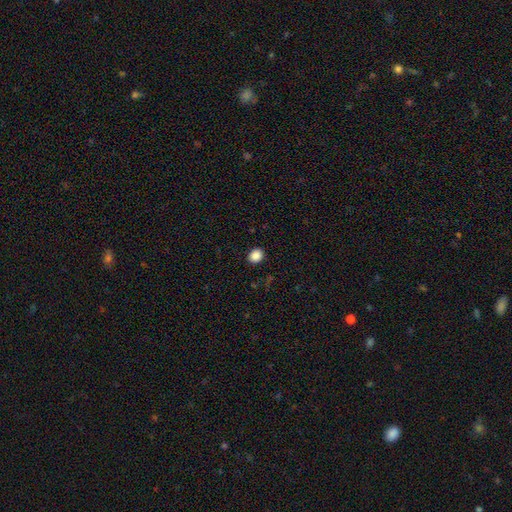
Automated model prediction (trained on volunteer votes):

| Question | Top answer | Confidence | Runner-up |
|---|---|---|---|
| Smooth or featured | smooth | 88% | star or artifact (10%) |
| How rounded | round | 65% | in between (34%) |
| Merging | none | 91% | minor disturbance (6%) |